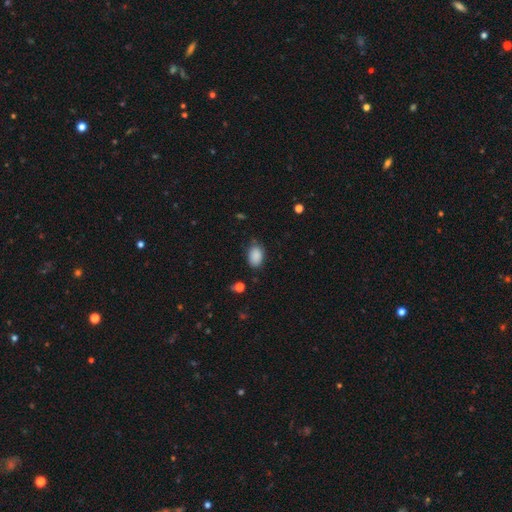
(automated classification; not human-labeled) Overall: smooth (88%). How rounded: in between (87%). Merging: none (75%).